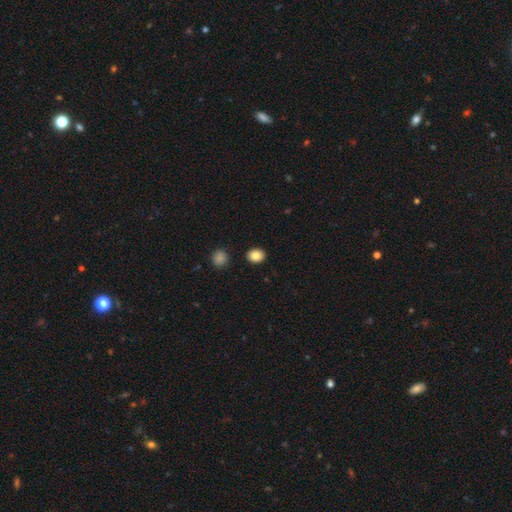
Volunteers were most divided on "how rounded": in between: 58%, round: 42%, cigar-shaped: 0%. More confident: smooth or featured — smooth (87%); merging — none (86%).